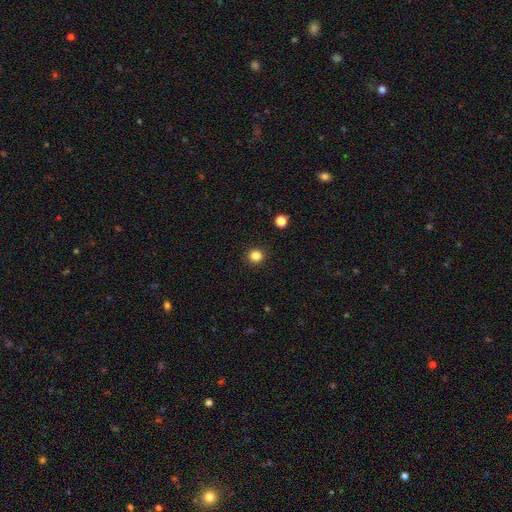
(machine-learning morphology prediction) This appears to be a smooth galaxy with no disk features (84%) that is round (94%). Merging: none (93%).